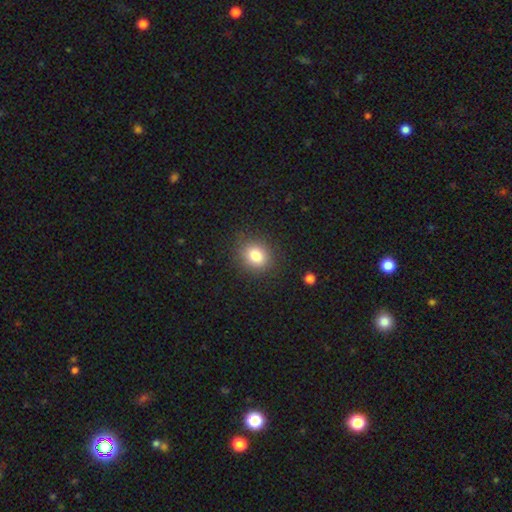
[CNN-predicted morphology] A smooth galaxy with no disk features (81%) that is round (69%). Merging: none (87%).